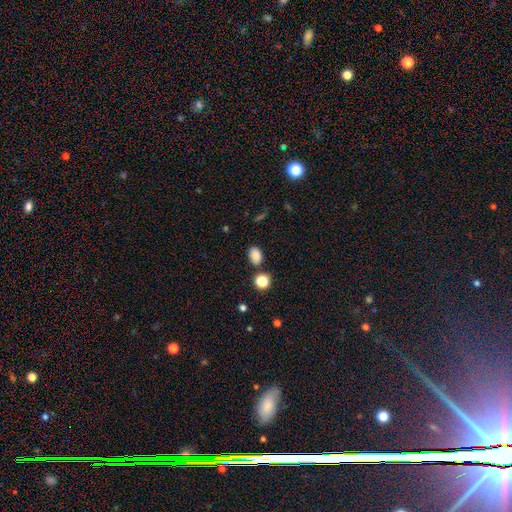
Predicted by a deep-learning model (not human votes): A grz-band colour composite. It shows a smooth galaxy with no disk features (84%) that is in between round and cigar-shaped (80%). Merging: none (79%).